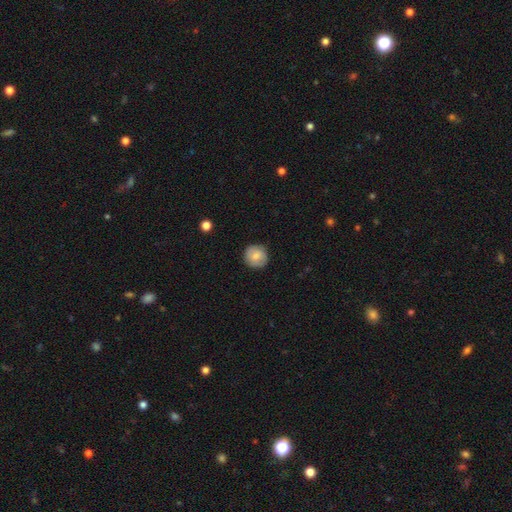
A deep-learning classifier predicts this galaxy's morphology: Smooth or featured? smooth (79%)
How rounded? round (90%)
Merging? none (86%)